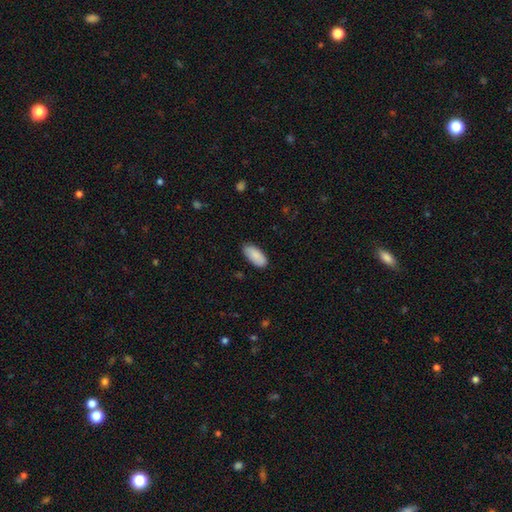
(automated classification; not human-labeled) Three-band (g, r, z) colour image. It shows a smooth galaxy with no disk features (89%) that is in between round and cigar-shaped (90%). Merging: none (84%).